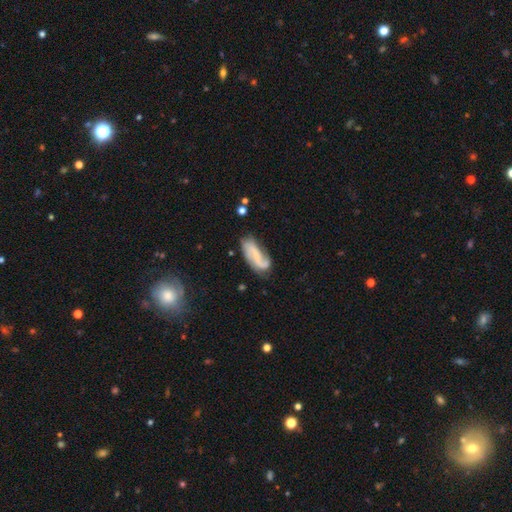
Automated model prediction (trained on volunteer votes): The model was most divided on "bulge size" (2-way tie): none: 43%, small: 43%, moderate: 12%, large: 2%, dominant: 1%. Remaining: edge-on disk — no (94%); spiral arms — yes (90%); spiral arm count — 2 (76%); smooth or featured — featured or disk (66%); merging — none (59%); spiral winding — loose (50%); bar — no (44%).